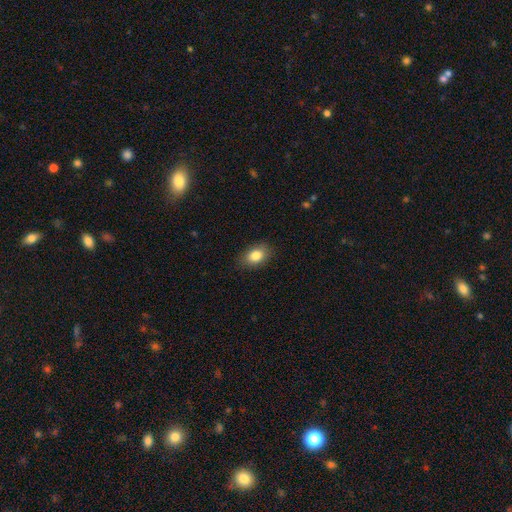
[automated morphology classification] The model was most divided on "how rounded": in between: 81%, round: 17%, cigar-shaped: 1%. More confident: smooth or featured — smooth (84%); merging — none (84%).